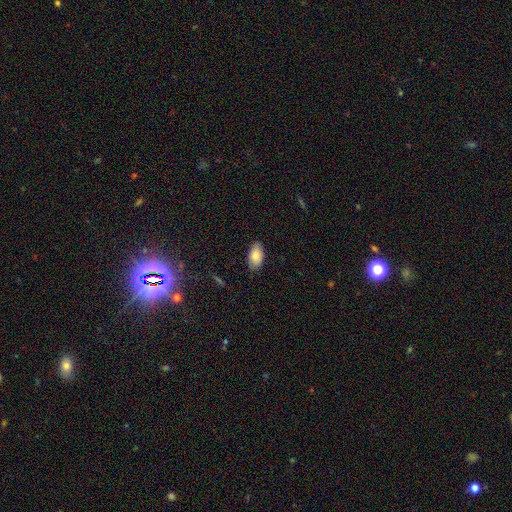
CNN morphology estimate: A smooth galaxy with no disk features (84%) that is in between round and cigar-shaped (94%).

Vote fractions:
- Smooth or featured? smooth: 84% / featured or disk: 9% / star or artifact: 7%
- How rounded? in between: 94% / round: 3% / cigar-shaped: 3%
- Merging? none: 83% / minor disturbance: 13% / major disturbance: 2% / merger: 1%